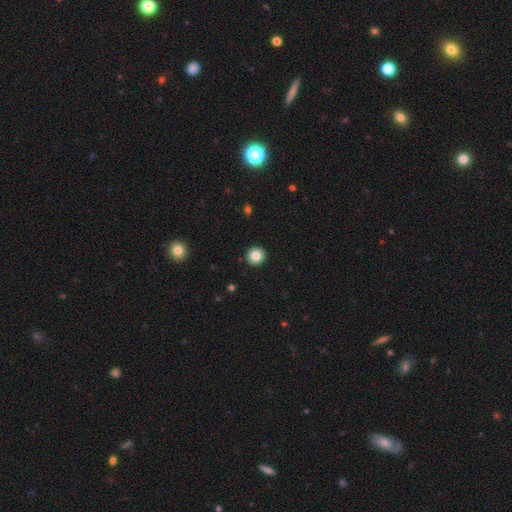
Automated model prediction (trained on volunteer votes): Smooth or featured: smooth — 83% (star or artifact — 9%)
How rounded: round — 94% (in between — 5%)
Merging: none — 93% (minor disturbance — 5%)